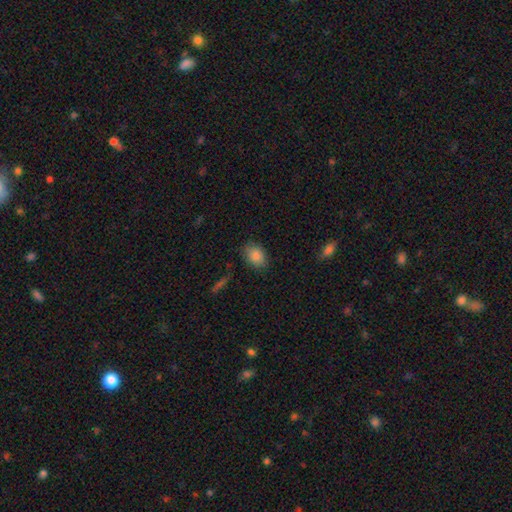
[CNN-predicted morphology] Smooth or featured?
  - smooth: 86% *
  - star or artifact: 8%
  - featured or disk: 6%
How rounded?
  - in between: 75% *
  - round: 23%
  - cigar-shaped: 1%
Merging?
  - none: 81% *
  - minor disturbance: 14%
  - major disturbance: 3%
  - merger: 2%